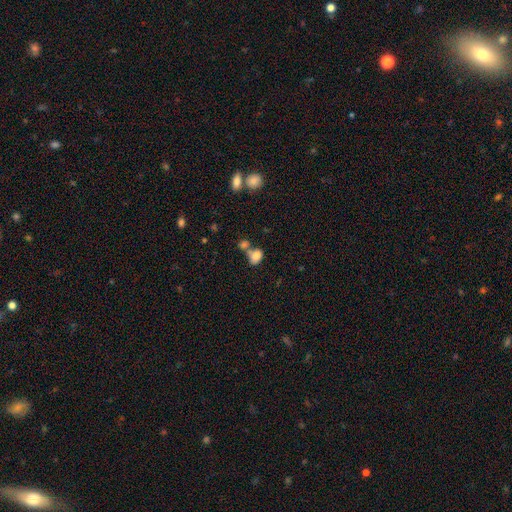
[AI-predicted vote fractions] smooth 81%, star or artifact 10%, featured or disk 9%. Down the decision tree: how rounded — in between (72%); merging — merger (46%).